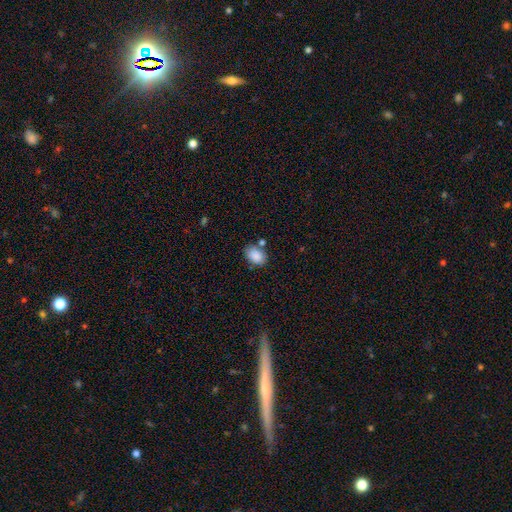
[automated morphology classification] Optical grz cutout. It shows a smooth galaxy with no disk features (88%) that is in between round and cigar-shaped (76%). Merging: none (71%).